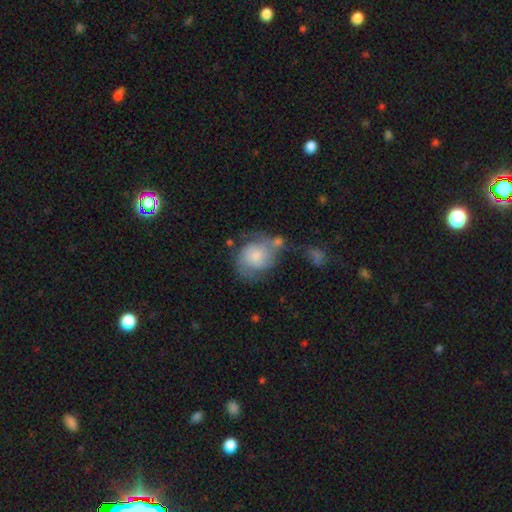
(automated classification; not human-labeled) The model was most divided on "smooth or featured": smooth: 49%, featured or disk: 44%, star or artifact: 8%. Remaining: merging — none (34%).